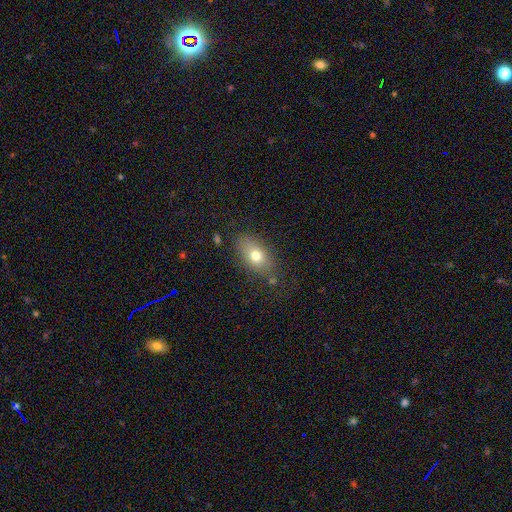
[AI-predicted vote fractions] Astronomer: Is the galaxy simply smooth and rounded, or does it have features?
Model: smooth — 73%.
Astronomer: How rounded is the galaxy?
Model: in between — 81%.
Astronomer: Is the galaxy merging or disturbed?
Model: none — 75%.